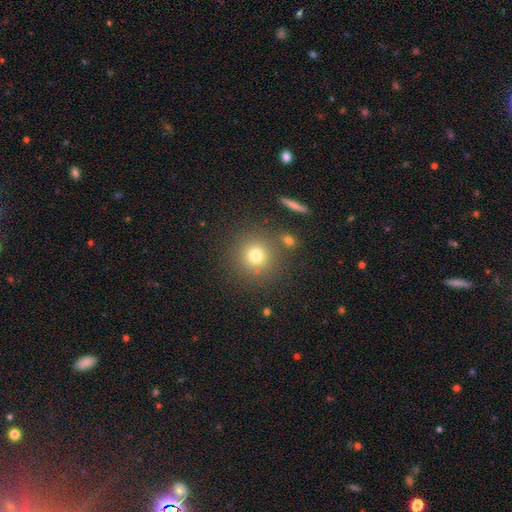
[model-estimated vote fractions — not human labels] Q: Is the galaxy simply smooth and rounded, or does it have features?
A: smooth — 76%.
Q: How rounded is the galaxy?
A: round — 92%.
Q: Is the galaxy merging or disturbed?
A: none — 82%.